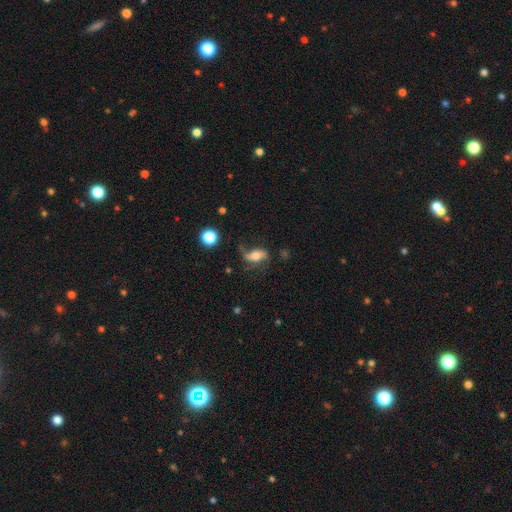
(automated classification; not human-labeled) Smooth or featured? Predicted: featured or disk (p=0.64). Edge-on disk? Predicted: no (p=0.90). Bar? Predicted: no (p=0.48). Spiral arms? Predicted: yes (p=0.87). Spiral winding? Predicted: loose (p=0.74). Spiral arm count? Predicted: 2 (p=0.77). Bulge size? Predicted: moderate (p=0.56). Merging? Predicted: none (p=0.49).